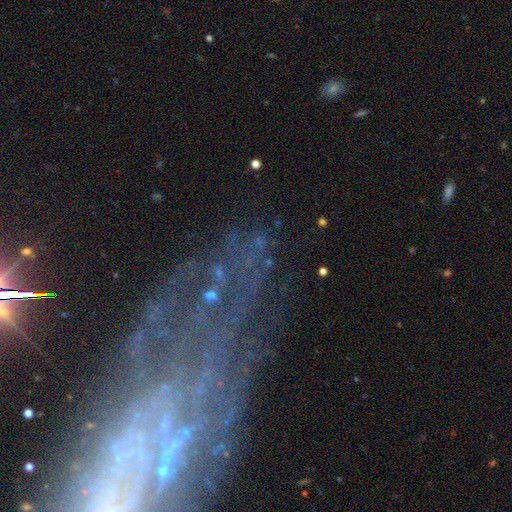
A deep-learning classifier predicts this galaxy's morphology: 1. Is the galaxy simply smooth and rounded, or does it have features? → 56% featured or disk, 29% star or artifact, 15% smooth.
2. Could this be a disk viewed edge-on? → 85% no, 15% yes.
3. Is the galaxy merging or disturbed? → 70% none, 15% minor disturbance, 11% major disturbance, 5% merger.